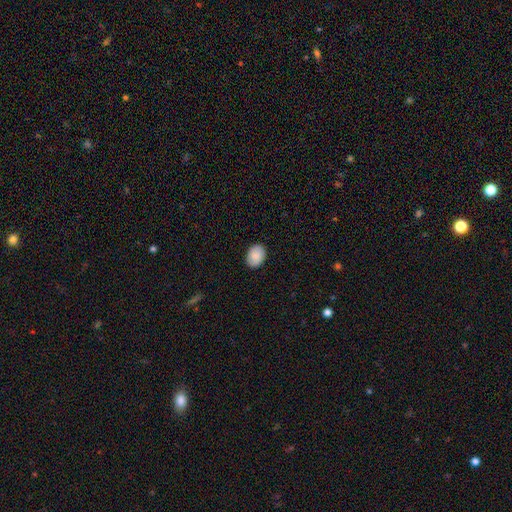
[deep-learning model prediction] This appears to be a smooth galaxy with no disk features (84%) that is in between round and cigar-shaped (73%). Merging: none (88%).